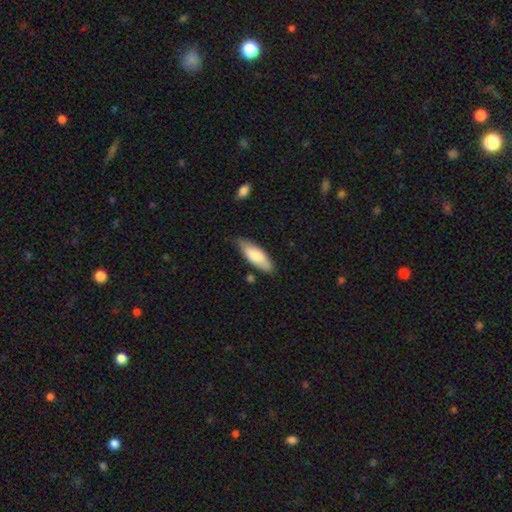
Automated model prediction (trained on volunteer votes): This appears to be a smooth galaxy with no disk features (75%) that is in between round and cigar-shaped (61%). Merging: none (79%).